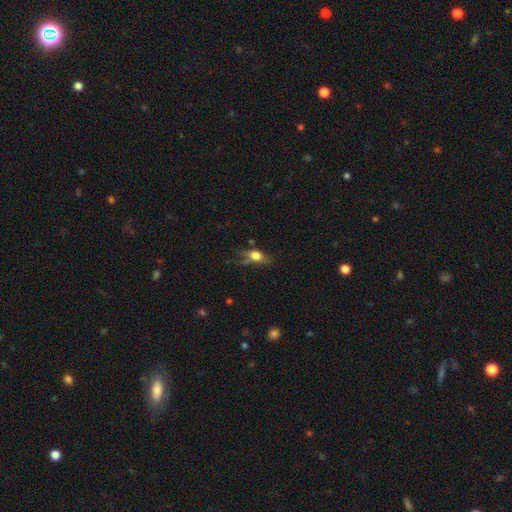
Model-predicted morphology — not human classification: This is likely a smooth galaxy (63%). How rounded: likely in between (67%). Merging: marginally none (40%).